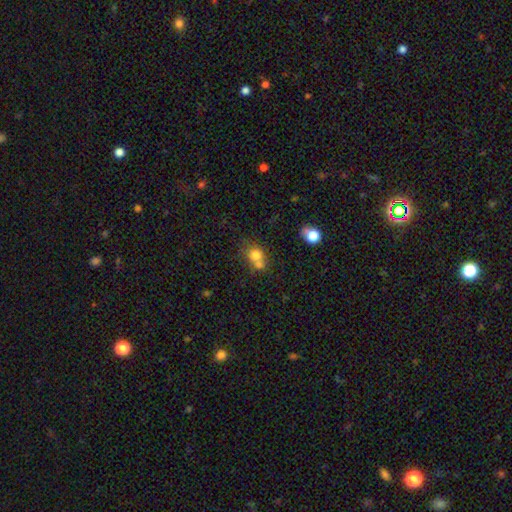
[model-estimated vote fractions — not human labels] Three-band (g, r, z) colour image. It shows a smooth galaxy with no disk features (76%) that is round (76%). Merging: merger (47%).